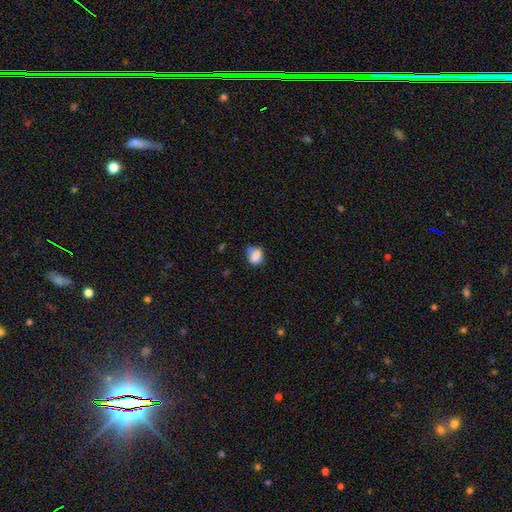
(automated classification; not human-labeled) smooth_or_featured: smooth (p=0.81) [alt: star or artifact p=0.10]
how_rounded: in between (p=0.51) [alt: round p=0.47]
merging: none (p=0.49) [alt: minor disturbance p=0.33]